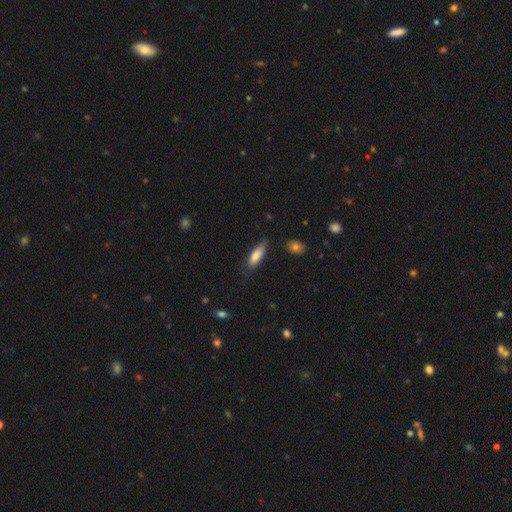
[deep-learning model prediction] A smooth galaxy with no disk features (79%) that is in between round and cigar-shaped (60%).

Vote fractions:
- Smooth or featured? smooth: 79% / featured or disk: 15% / star or artifact: 7%
- How rounded? in between: 60% / cigar-shaped: 38% / round: 2%
- Merging? none: 65% / minor disturbance: 26% / major disturbance: 7% / merger: 2%